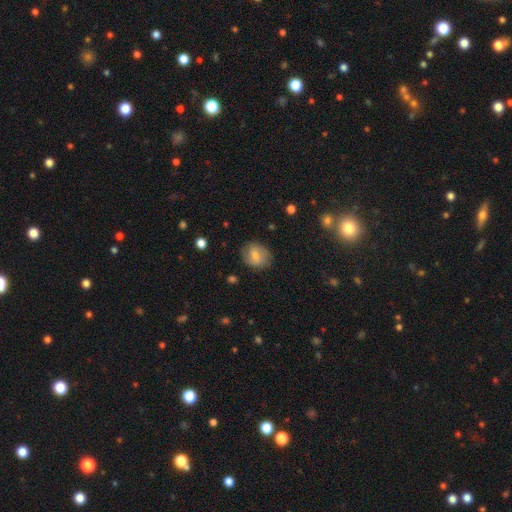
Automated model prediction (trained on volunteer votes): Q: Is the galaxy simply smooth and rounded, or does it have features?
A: smooth — 60%.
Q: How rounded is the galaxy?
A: round — 59%.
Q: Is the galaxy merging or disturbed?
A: none — 79%.